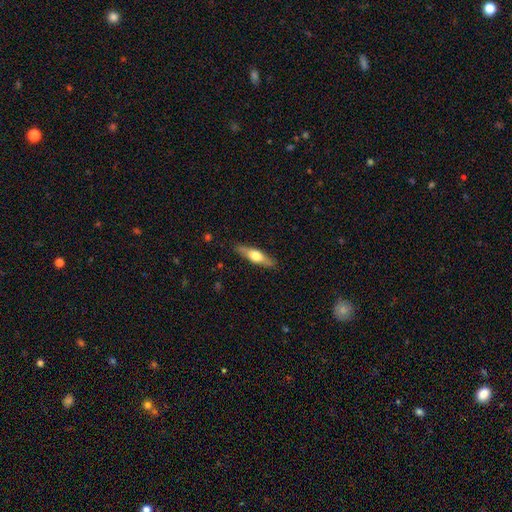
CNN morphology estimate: This appears to be a smooth galaxy with no disk features (48%). Merging: none (85%).